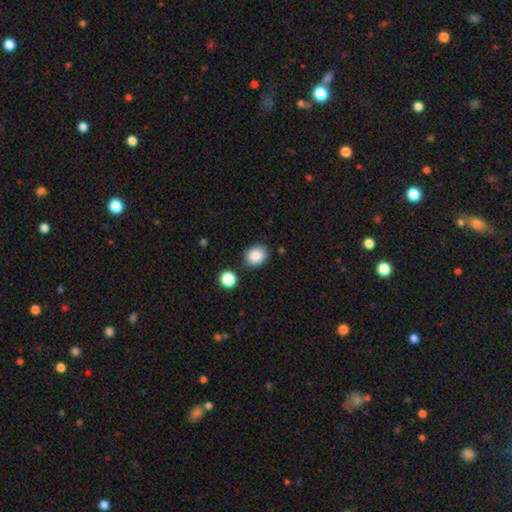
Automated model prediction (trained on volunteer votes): Smooth or featured? Predicted: smooth (p=0.87). How rounded? Predicted: round (p=0.56). Merging? Predicted: none (p=0.82).